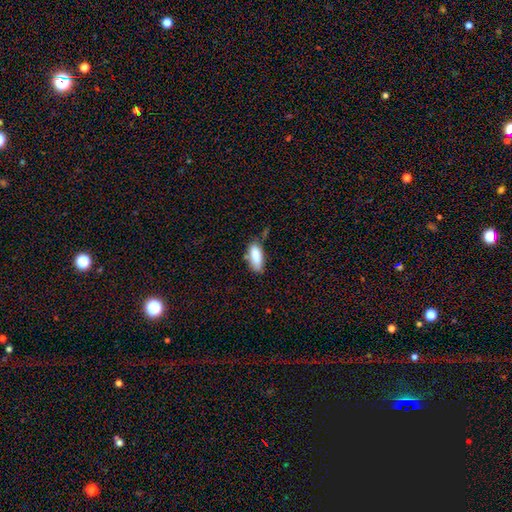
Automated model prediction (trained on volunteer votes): smooth-or-featured: smooth: 86% | featured or disk: 8% | star or artifact: 7%
  how-rounded: in between: 74% | cigar-shaped: 24% | round: 2%
  merging: none: 59% | minor disturbance: 27% | merger: 7% | major disturbance: 6%